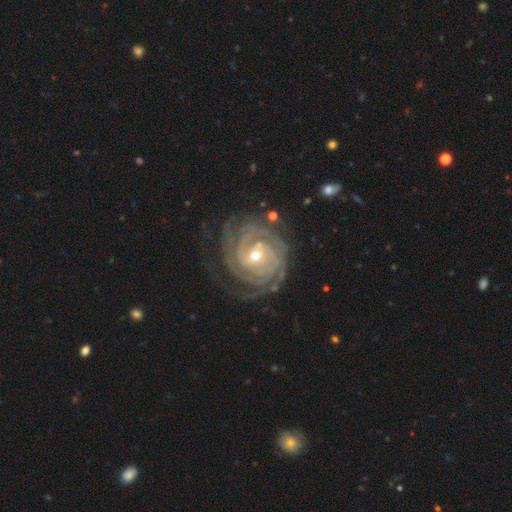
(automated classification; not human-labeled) A featured or disk galaxy (92%) with no bar (56%), 3 (25%, tied with 4) tight (80%) spiral arms (98%) and a small central bulge (55%). Merging: none (73%).